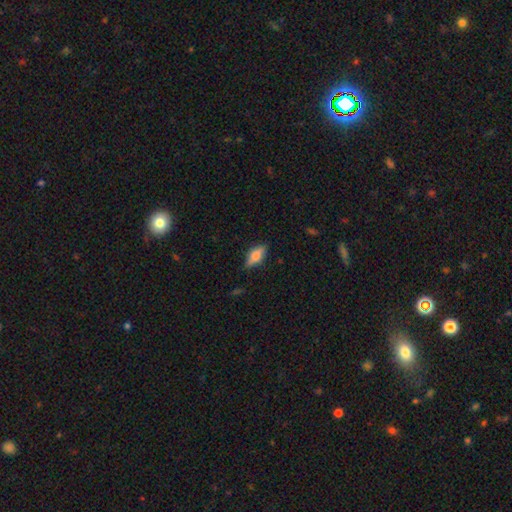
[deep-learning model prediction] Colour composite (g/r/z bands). It shows a smooth galaxy with no disk features (60%) that is in between round and cigar-shaped (71%). Merging: none (82%).